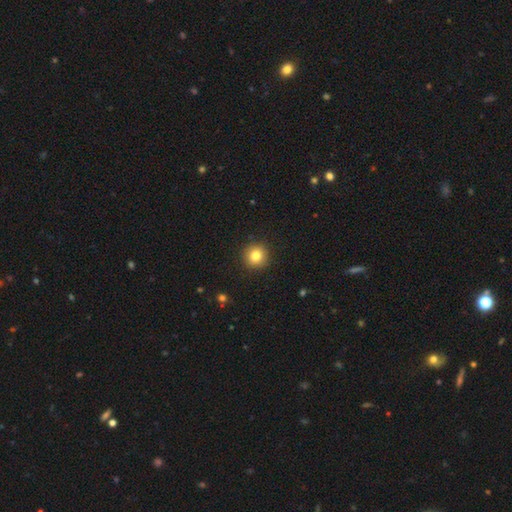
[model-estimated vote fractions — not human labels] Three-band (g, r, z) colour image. It shows a smooth galaxy with no disk features (82%) that is round (94%). Merging: none (92%).